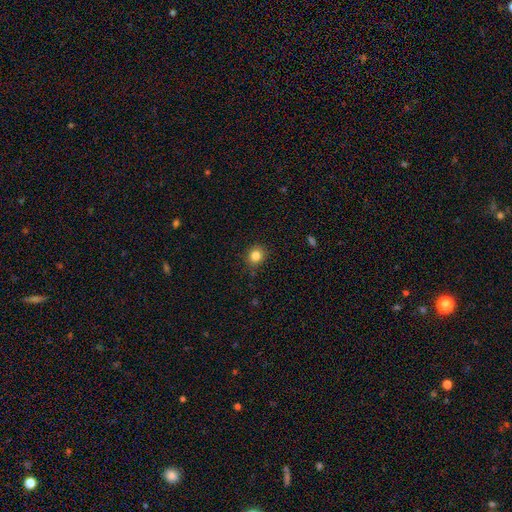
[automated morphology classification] smooth_or_featured: smooth (p=0.83) [alt: star or artifact p=0.11]
how_rounded: round (p=0.82) [alt: in between p=0.17]
merging: none (p=0.87) [alt: minor disturbance p=0.09]